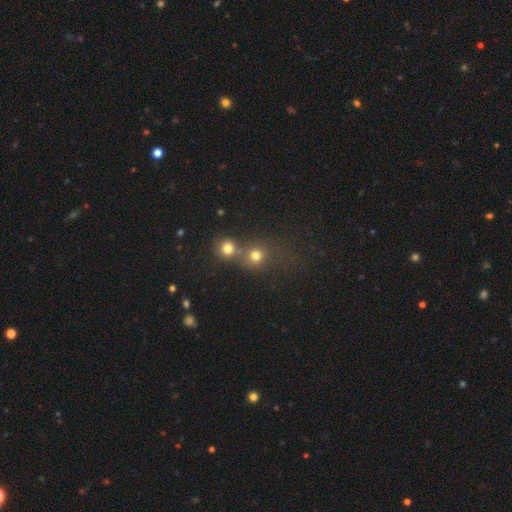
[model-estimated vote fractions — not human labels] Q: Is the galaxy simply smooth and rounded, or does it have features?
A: smooth — 74%.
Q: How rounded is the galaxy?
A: round — 86%.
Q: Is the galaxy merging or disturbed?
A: none — 50%.